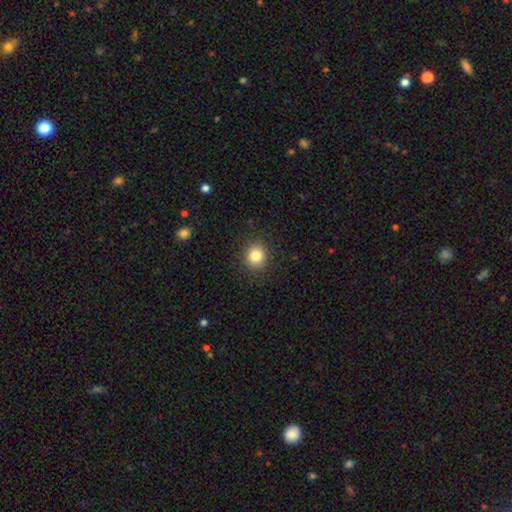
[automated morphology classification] smooth_or_featured: smooth (p=0.83) [alt: star or artifact p=0.11]
how_rounded: round (p=0.88) [alt: in between p=0.12]
merging: none (p=0.90) [alt: minor disturbance p=0.07]